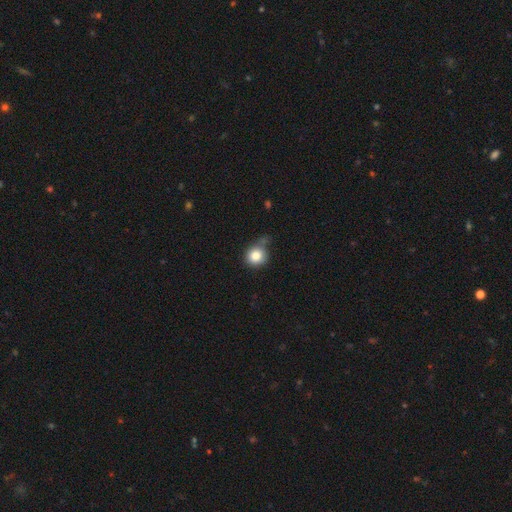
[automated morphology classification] Smooth or featured? Predicted: smooth (p=0.83). How rounded? Predicted: round (p=0.86). Merging? Predicted: none (p=0.57).